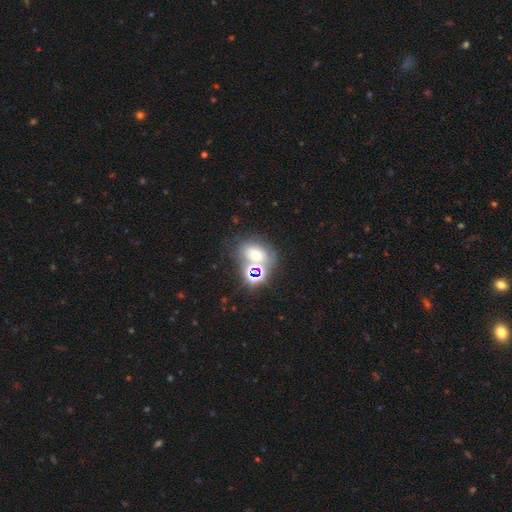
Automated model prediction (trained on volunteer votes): Q: Smooth or featured?
A: smooth (50%); runner-up: star or artifact (35%)
Q: Merging?
A: none (51%); runner-up: merger (27%)